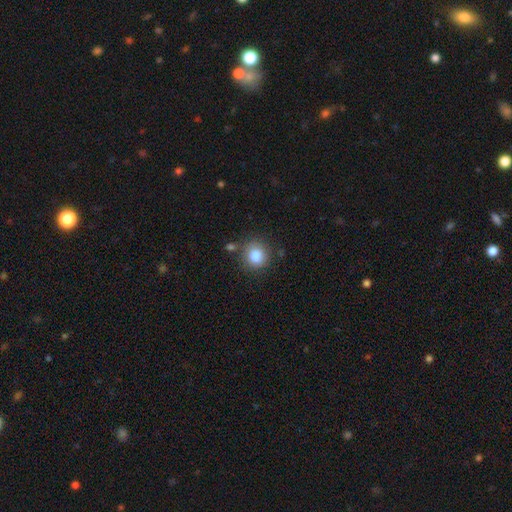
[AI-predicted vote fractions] Q: Smooth or featured?
A: smooth (85%); runner-up: star or artifact (10%)
Q: How rounded?
A: round (85%); runner-up: in between (14%)
Q: Merging?
A: none (75%); runner-up: minor disturbance (14%)